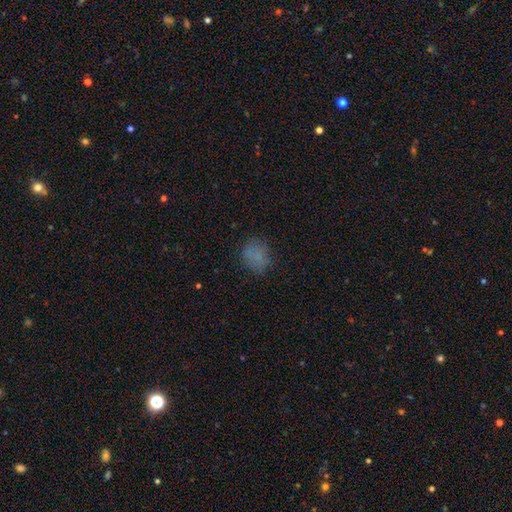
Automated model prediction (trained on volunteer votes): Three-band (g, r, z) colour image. It shows a smooth galaxy with no disk features (73%) that is round (58%). Merging: none (73%).